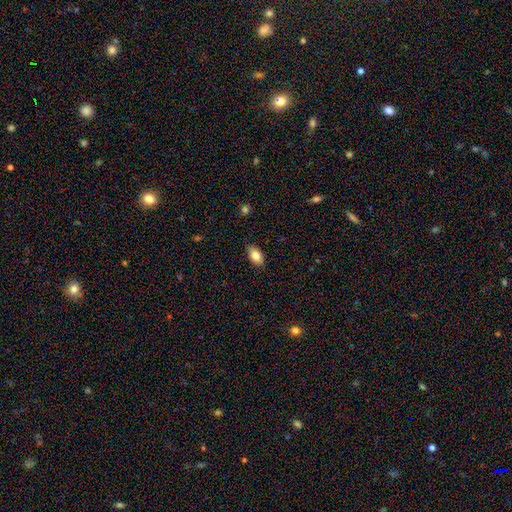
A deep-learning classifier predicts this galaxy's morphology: Q: Smooth or featured?
A: smooth (82%); runner-up: featured or disk (11%)
Q: How rounded?
A: in between (92%); runner-up: round (5%)
Q: Merging?
A: none (87%); runner-up: minor disturbance (10%)